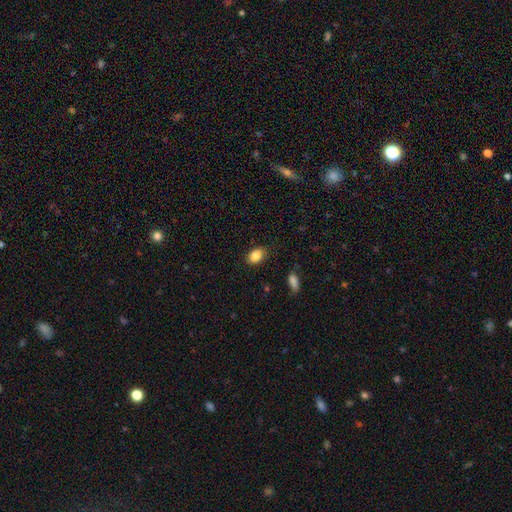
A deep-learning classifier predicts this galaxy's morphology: This appears to be a smooth galaxy with no disk features (86%) that is in between round and cigar-shaped (83%). Merging: none (82%).